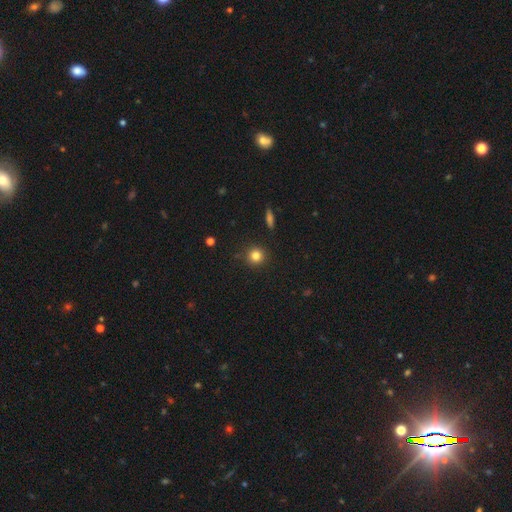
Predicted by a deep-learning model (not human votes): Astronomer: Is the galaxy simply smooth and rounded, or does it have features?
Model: smooth — 81%.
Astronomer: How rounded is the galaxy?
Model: round — 93%.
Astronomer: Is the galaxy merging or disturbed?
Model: none — 88%.